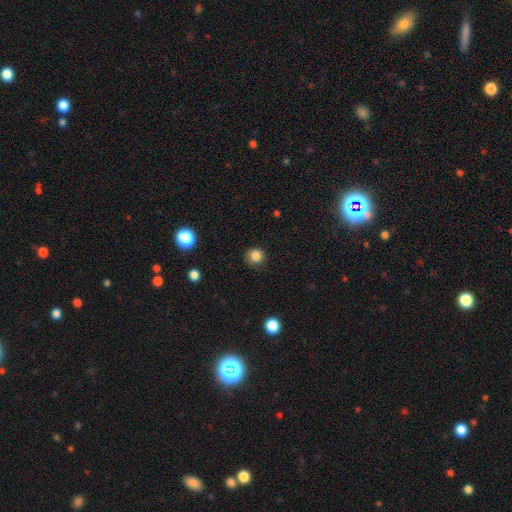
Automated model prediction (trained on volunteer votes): A smooth galaxy with no disk features (85%) that is round (91%). Merging: none (82%).